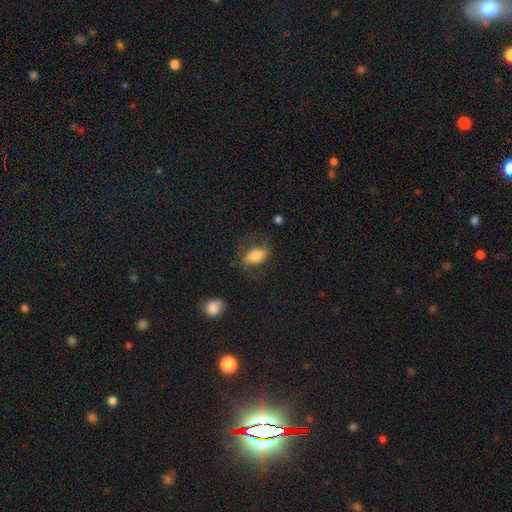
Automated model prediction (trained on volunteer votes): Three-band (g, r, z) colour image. It shows a smooth galaxy with no disk features (66%) that is in between round and cigar-shaped (86%). Merging: none (62%).